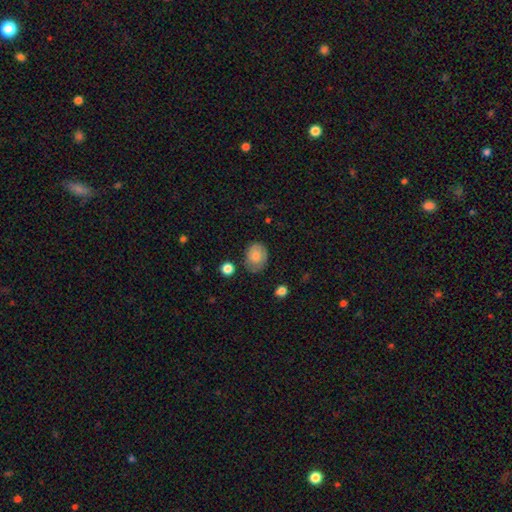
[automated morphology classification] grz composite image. It shows a smooth galaxy with no disk features (78%) that is in between round and cigar-shaped (56%). Merging: none (68%).